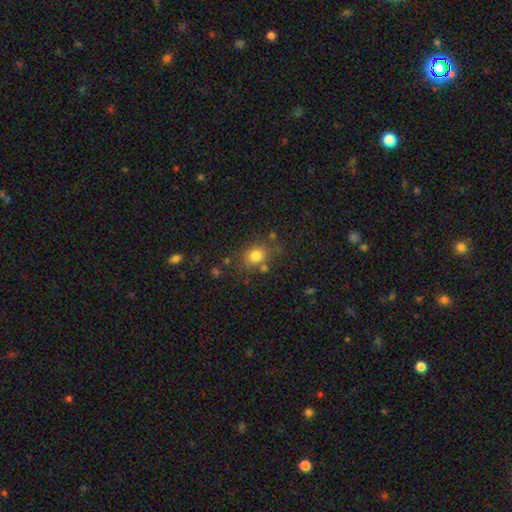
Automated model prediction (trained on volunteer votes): smooth 80%, star or artifact 12%, featured or disk 8%. Down the decision tree: how rounded — round (55%); merging — none (71%).